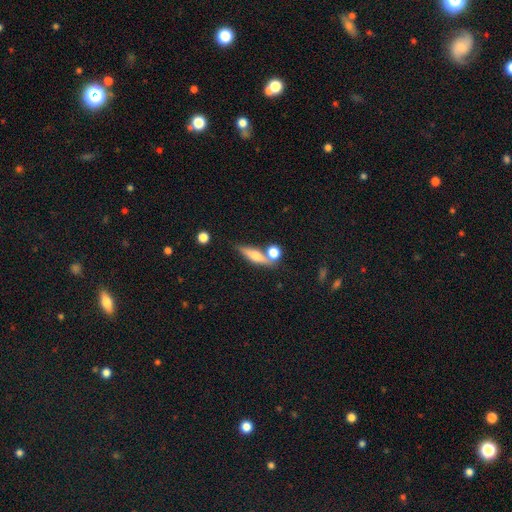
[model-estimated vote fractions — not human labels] Morphology: type=smooth (55%); roundness=cigar-shaped (57%); merging=none (56%).